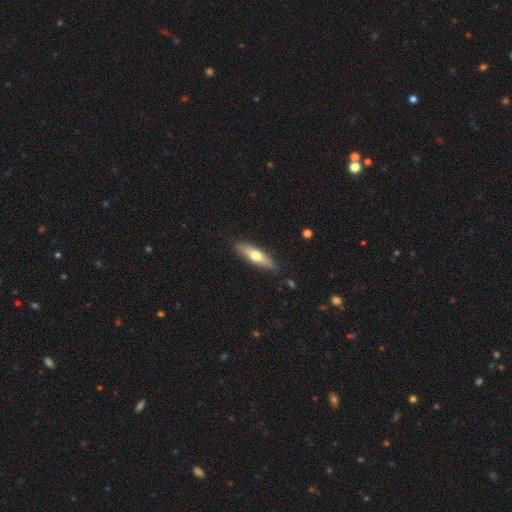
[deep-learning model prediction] Overall: smooth (57%; featured or disk 38%). How rounded: cigar-shaped (64%; in between 34%). Merging: none (86%).